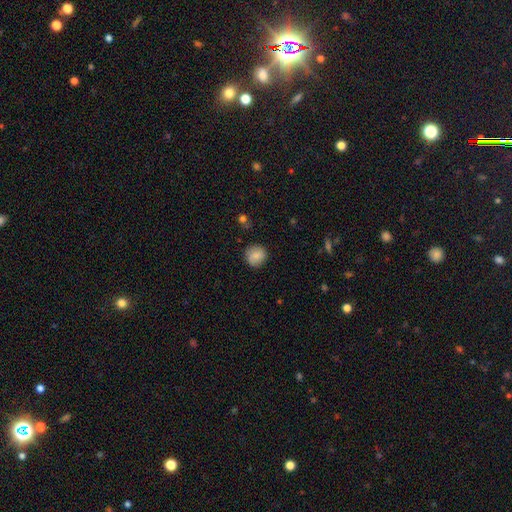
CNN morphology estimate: Smooth or featured?
  - smooth: 84% *
  - star or artifact: 8%
  - featured or disk: 8%
How rounded?
  - round: 89% *
  - in between: 10%
  - cigar-shaped: 1%
Merging?
  - none: 85% *
  - minor disturbance: 11%
  - major disturbance: 3%
  - merger: 1%